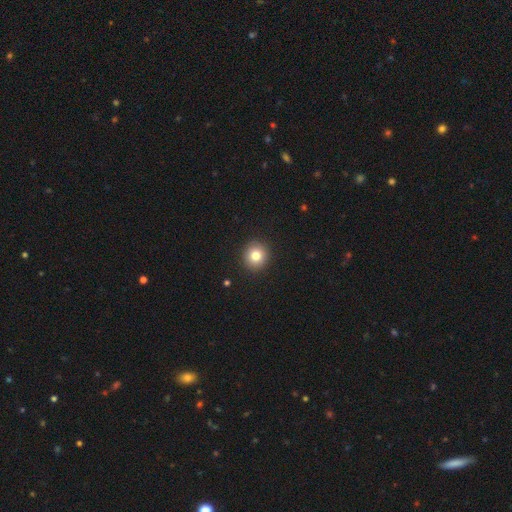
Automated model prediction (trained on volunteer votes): This is clearly a smooth galaxy (80%). How rounded: clearly round (90%). Merging: clearly none (92%).